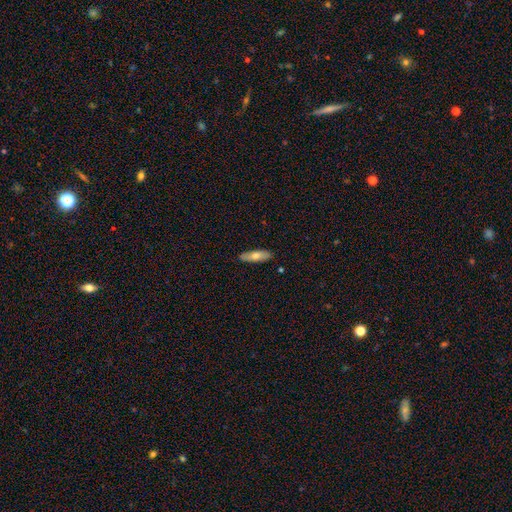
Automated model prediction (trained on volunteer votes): This is likely a smooth galaxy (65%). How rounded: possibly cigar-shaped (52%). Merging: clearly none (88%).